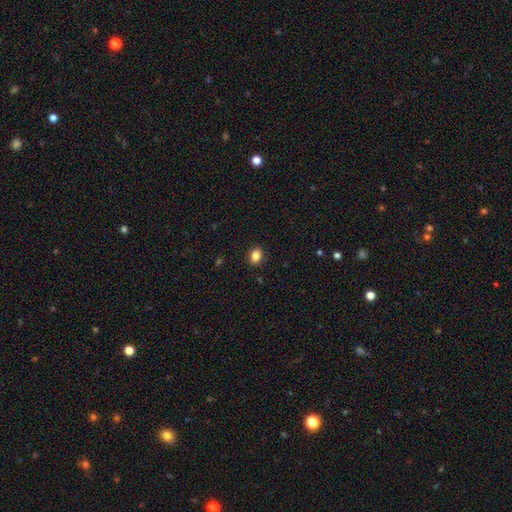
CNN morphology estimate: Overall: smooth (84%). How rounded: in between (68%; round 31%). Merging: none (89%).